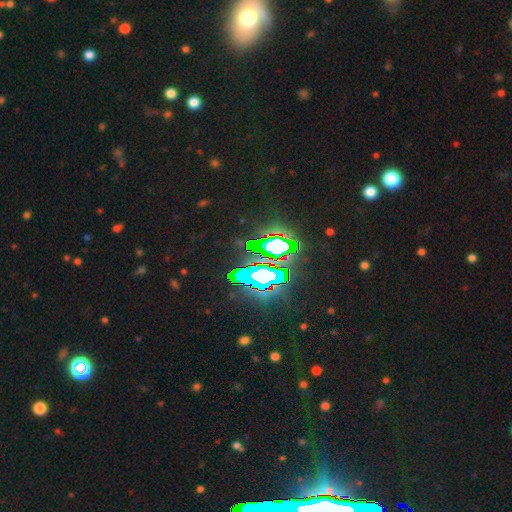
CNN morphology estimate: smooth_or_featured: star or artifact (p=0.83) [alt: smooth p=0.10]